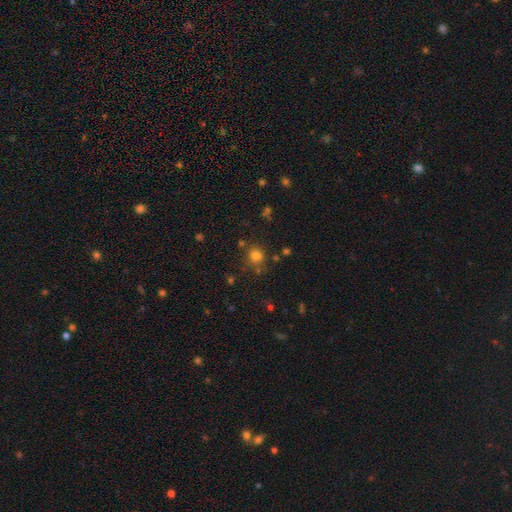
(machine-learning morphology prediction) Smooth or featured: smooth — 75% (star or artifact — 19%)
How rounded: round — 82% (in between — 17%)
Merging: none — 74% (minor disturbance — 13%)